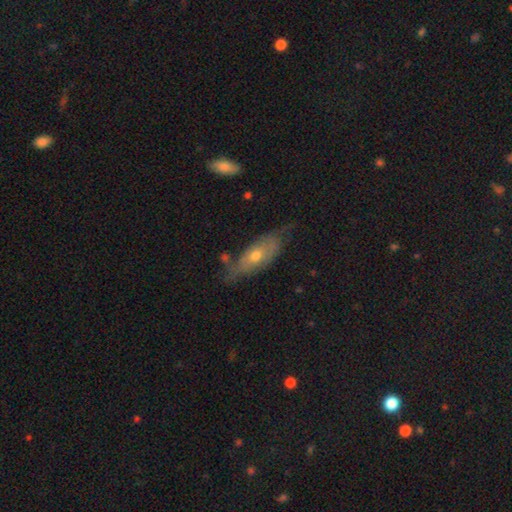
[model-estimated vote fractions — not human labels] smooth-or-featured: featured or disk: 52% | smooth: 41% | star or artifact: 7%
  disk-edge-on: no: 68% | yes: 32%
  merging: none: 53% | minor disturbance: 31% | major disturbance: 12% | merger: 4%